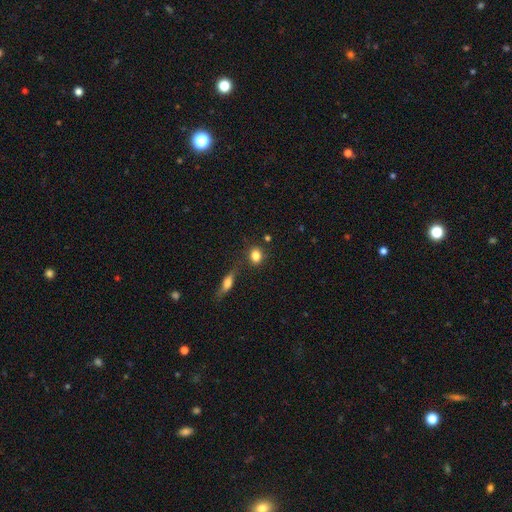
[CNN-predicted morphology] Q: Smooth or featured?
A: smooth (83%); runner-up: star or artifact (10%)
Q: How rounded?
A: round (55%); runner-up: in between (42%)
Q: Merging?
A: none (75%); runner-up: minor disturbance (13%)